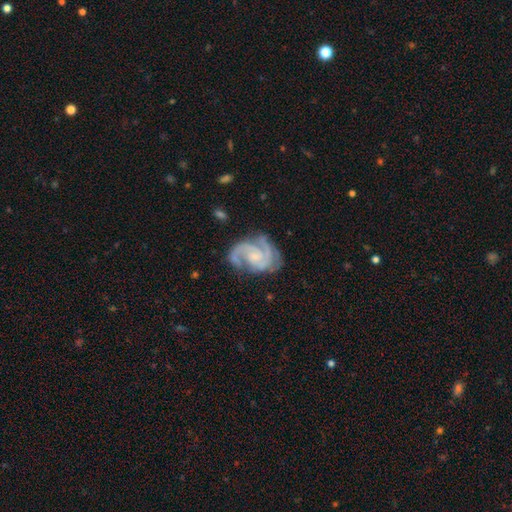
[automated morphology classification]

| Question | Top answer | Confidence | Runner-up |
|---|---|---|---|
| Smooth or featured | featured or disk | 90% | smooth (5%) |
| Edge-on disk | no | 98% | yes (2%) |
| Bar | no | 59% | weak (34%) |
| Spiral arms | yes | 98% | no (2%) |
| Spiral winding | medium | 46% | tight (45%) |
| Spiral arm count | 2 | 53% | 3 (29%) |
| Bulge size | small | 55% | moderate (24%) |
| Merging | none | 65% | minor disturbance (21%) |